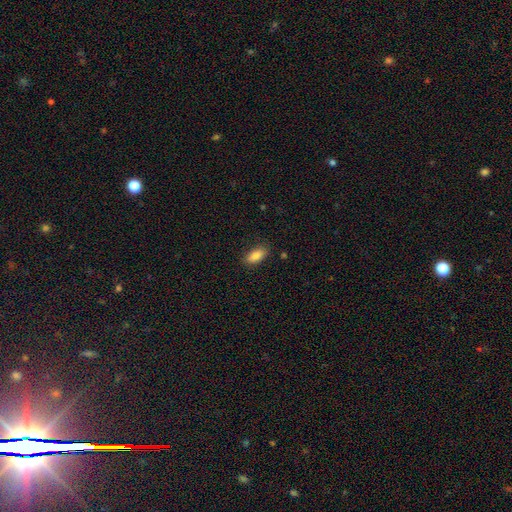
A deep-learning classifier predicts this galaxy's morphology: smooth-or-featured: smooth: 87% | star or artifact: 7% | featured or disk: 6%
  how-rounded: in between: 87% | cigar-shaped: 10% | round: 3%
  merging: none: 85% | minor disturbance: 11% | major disturbance: 3% | merger: 1%